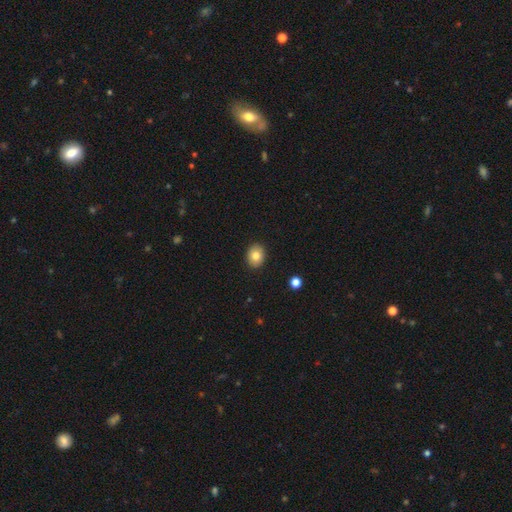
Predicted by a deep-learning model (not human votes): Smooth or featured: smooth — 83% (star or artifact — 8%)
How rounded: in between — 53% (round — 46%)
Merging: none — 91% (minor disturbance — 7%)